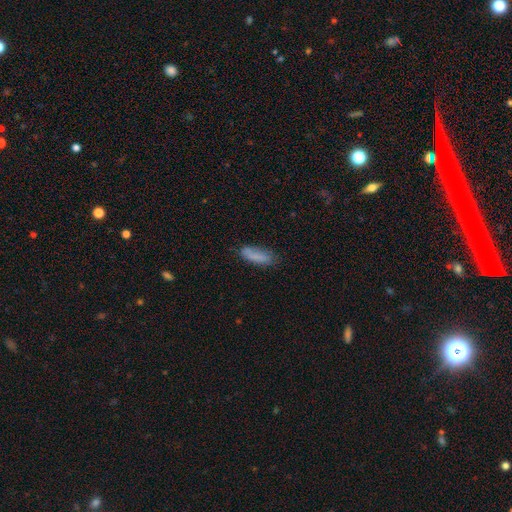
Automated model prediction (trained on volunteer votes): smooth-or-featured: smooth: 78% | featured or disk: 14% | star or artifact: 8%
  how-rounded: in between: 57% | cigar-shaped: 41% | round: 2%
  merging: none: 65% | minor disturbance: 24% | major disturbance: 7% | merger: 4%